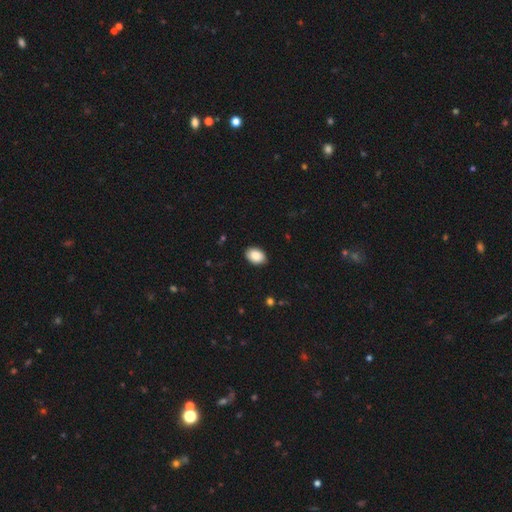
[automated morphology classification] This appears to be a smooth galaxy with no disk features (88%) that is in between round and cigar-shaped (84%). Merging: none (87%).